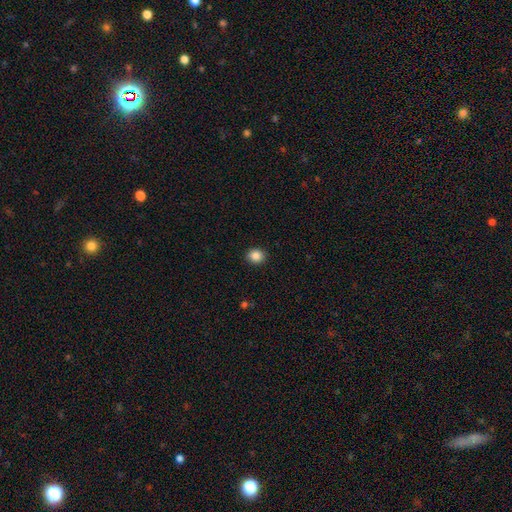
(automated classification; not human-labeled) A smooth galaxy with no disk features (86%) that is round (75%).

Vote fractions:
- Smooth or featured? smooth: 86% / star or artifact: 10% / featured or disk: 4%
- How rounded? round: 75% / in between: 24% / cigar-shaped: 1%
- Merging? none: 92% / minor disturbance: 6% / major disturbance: 2% / merger: 1%